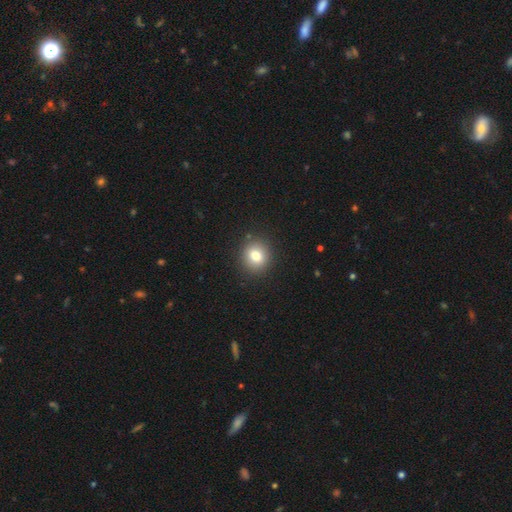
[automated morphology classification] Smooth or featured? Predicted: smooth (p=0.80). How rounded? Predicted: round (p=0.82). Merging? Predicted: none (p=0.89).